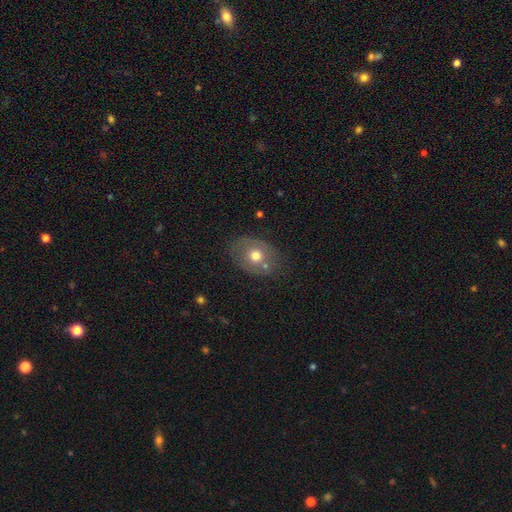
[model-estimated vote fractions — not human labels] Smooth or featured? Predicted: smooth (p=0.59). How rounded? Predicted: in between (p=0.61). Merging? Predicted: none (p=0.69).